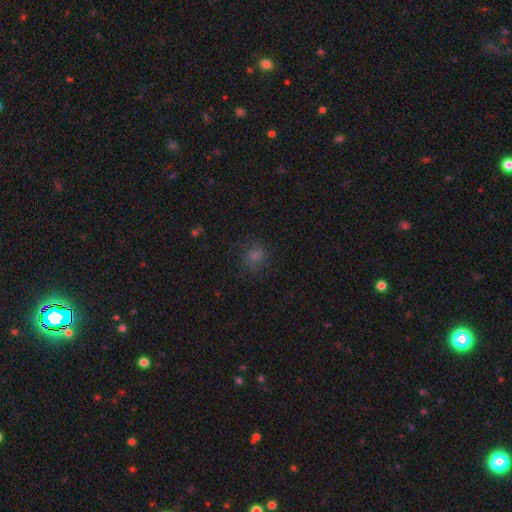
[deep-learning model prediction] Smooth or featured? Predicted: smooth (p=0.59). How rounded? Predicted: round (p=0.74). Merging? Predicted: none (p=0.78).